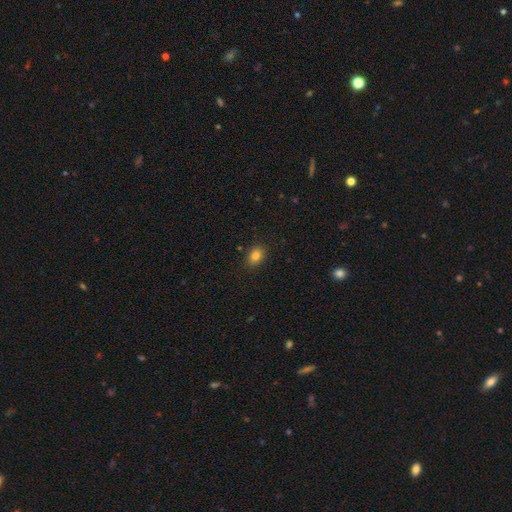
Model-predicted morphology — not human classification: Smooth or featured? Predicted: smooth (p=0.82). How rounded? Predicted: in between (p=0.66). Merging? Predicted: none (p=0.88).